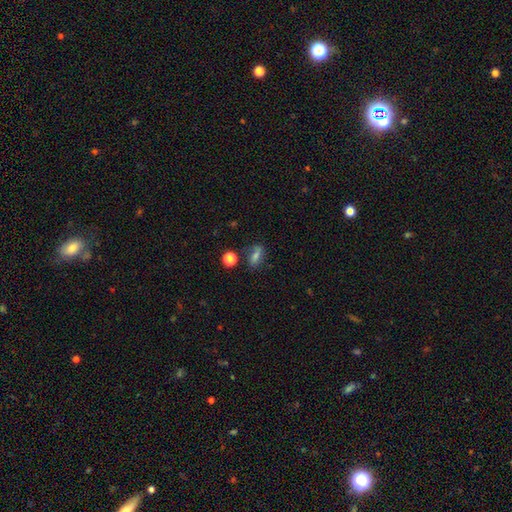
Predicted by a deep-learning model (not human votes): Overall: smooth (60%; featured or disk 25%). How rounded: in between (70%). Merging: none (59%; minor disturbance 22%).